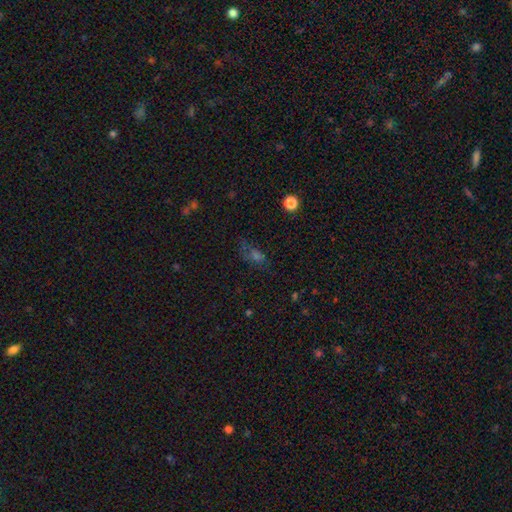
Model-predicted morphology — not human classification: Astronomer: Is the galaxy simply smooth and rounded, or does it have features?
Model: smooth — 42% (runner-up: star or artifact, 34%).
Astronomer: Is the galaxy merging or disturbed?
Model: none — 51%.